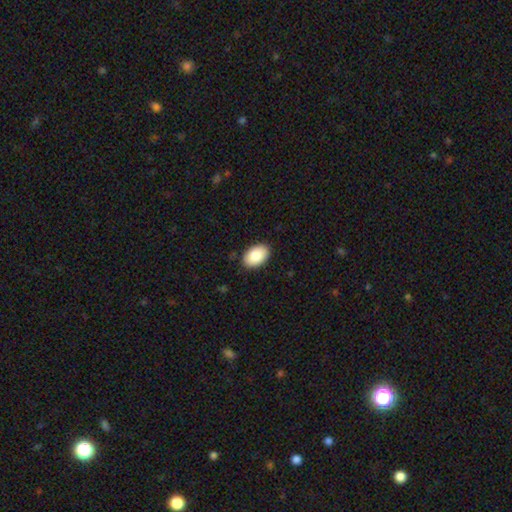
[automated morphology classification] A smooth galaxy with no disk features (86%) that is in between round and cigar-shaped (90%). Merging: none (89%).